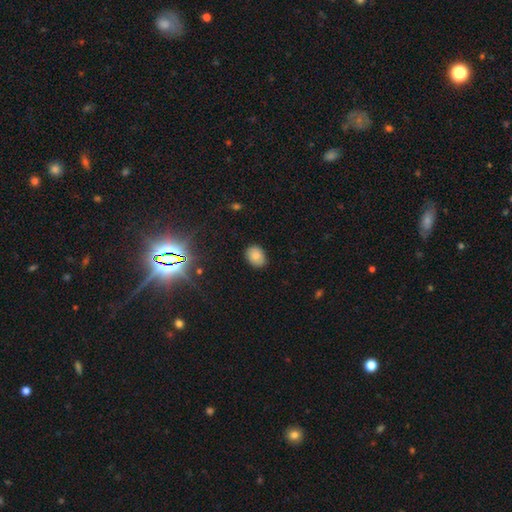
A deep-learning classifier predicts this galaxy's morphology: Smooth or featured: smooth — 80% (star or artifact — 12%)
How rounded: in between — 63% (round — 36%)
Merging: none — 82% (minor disturbance — 14%)